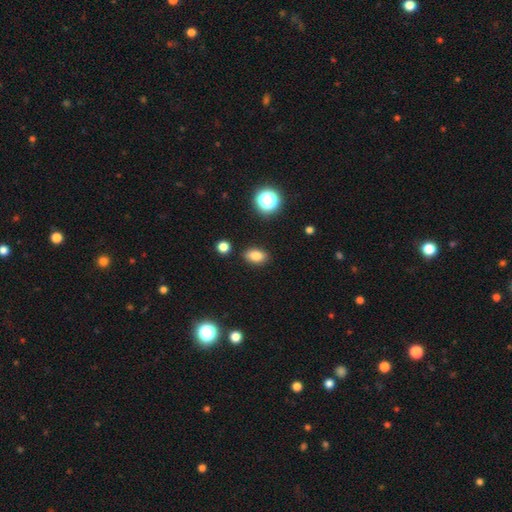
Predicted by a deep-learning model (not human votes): A smooth galaxy with no disk features (82%) that is in between round and cigar-shaped (85%).

Vote fractions:
- Smooth or featured? smooth: 82% / star or artifact: 12% / featured or disk: 7%
- How rounded? in between: 85% / round: 13% / cigar-shaped: 2%
- Merging? none: 87% / minor disturbance: 9% / major disturbance: 2% / merger: 2%